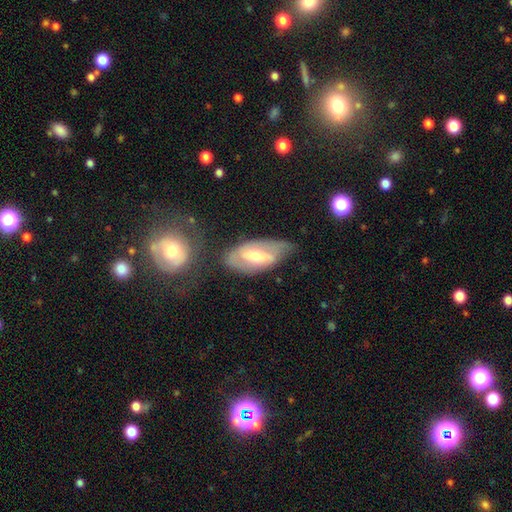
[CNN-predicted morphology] Smooth or featured? featured or disk (66%)
Edge-on disk? no (90%)
Bar? weak (41%)
Spiral arms? yes (71%)
Bulge size? moderate (58%)
Merging? none (53%)